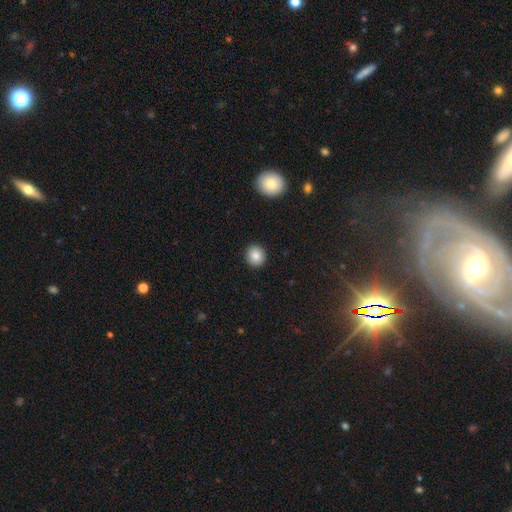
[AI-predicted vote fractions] smooth-or-featured: smooth: 86% | star or artifact: 9% | featured or disk: 6%
  how-rounded: round: 90% | in between: 9% | cigar-shaped: 1%
  merging: none: 92% | minor disturbance: 5% | major disturbance: 2% | merger: 1%